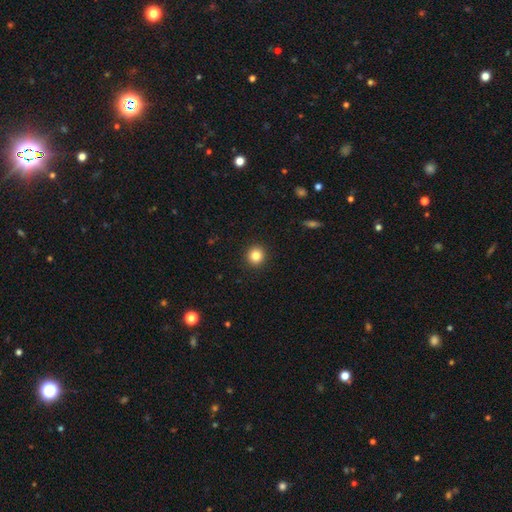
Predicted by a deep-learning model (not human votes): Smooth or featured? smooth (84%)
How rounded? round (93%)
Merging? none (93%)